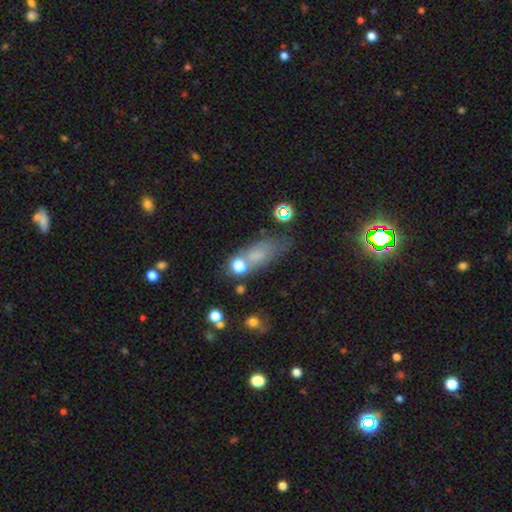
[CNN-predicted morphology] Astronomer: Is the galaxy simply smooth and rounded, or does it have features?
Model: smooth — 63%.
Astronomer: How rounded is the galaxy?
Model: in between — 65%.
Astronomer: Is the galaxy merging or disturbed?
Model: none — 57%.